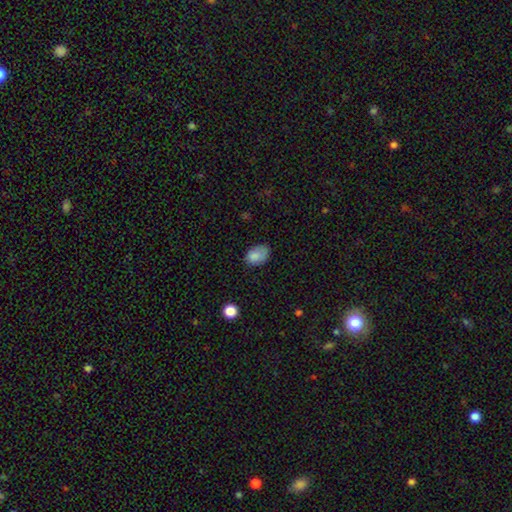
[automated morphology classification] Smooth or featured? smooth (83%)
How rounded? in between (82%)
Merging? none (61%)